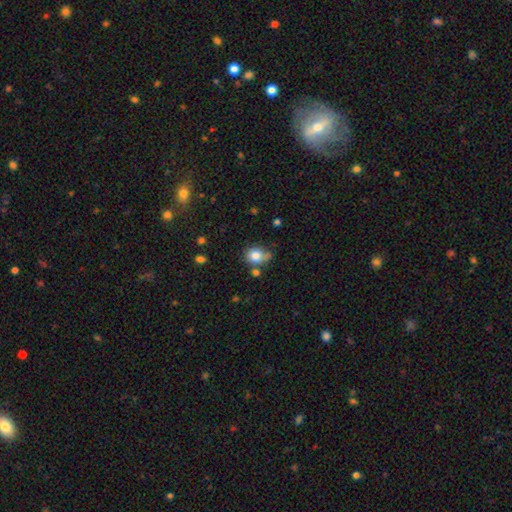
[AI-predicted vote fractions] Smooth or featured?
  - smooth: 79% *
  - featured or disk: 10%
  - star or artifact: 10%
How rounded?
  - round: 67% *
  - in between: 32%
  - cigar-shaped: 1%
Merging?
  - none: 55% *
  - minor disturbance: 24%
  - merger: 13%
  - major disturbance: 8%